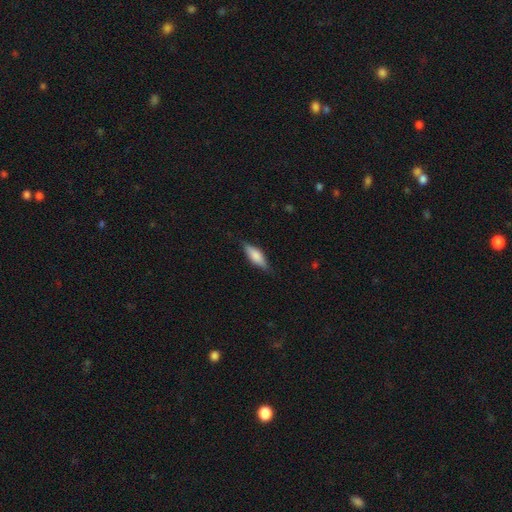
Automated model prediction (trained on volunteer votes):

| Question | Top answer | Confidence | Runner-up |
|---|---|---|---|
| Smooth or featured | smooth | 72% | featured or disk (22%) |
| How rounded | in between | 57% | cigar-shaped (41%) |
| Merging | none | 80% | minor disturbance (15%) |